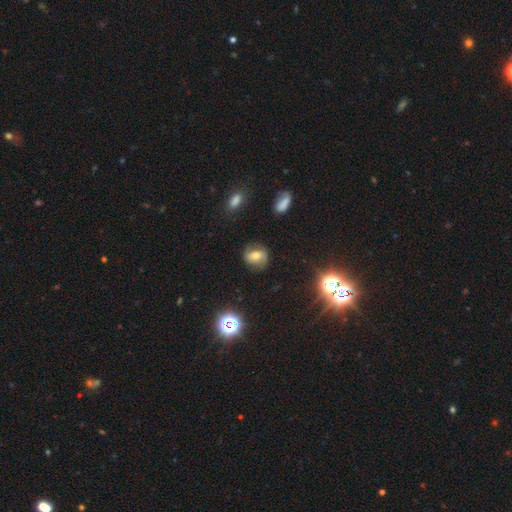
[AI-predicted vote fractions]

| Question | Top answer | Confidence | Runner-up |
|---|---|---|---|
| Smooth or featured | featured or disk | 42% | smooth (41%) |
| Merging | none | 76% | minor disturbance (16%) |